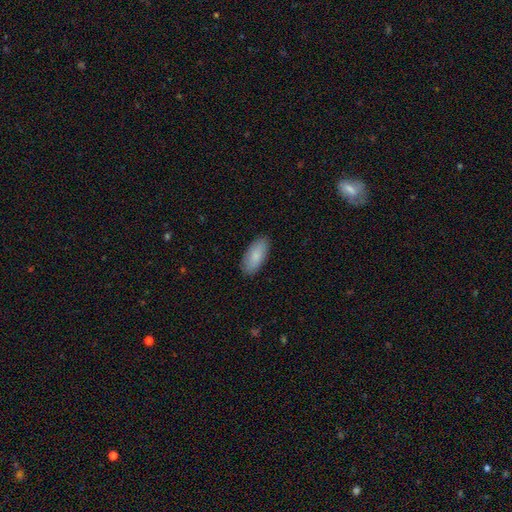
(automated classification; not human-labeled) smooth_or_featured: smooth (p=0.86) [alt: featured or disk p=0.08]
how_rounded: in between (p=0.90) [alt: cigar-shaped p=0.08]
merging: none (p=0.88) [alt: minor disturbance p=0.09]